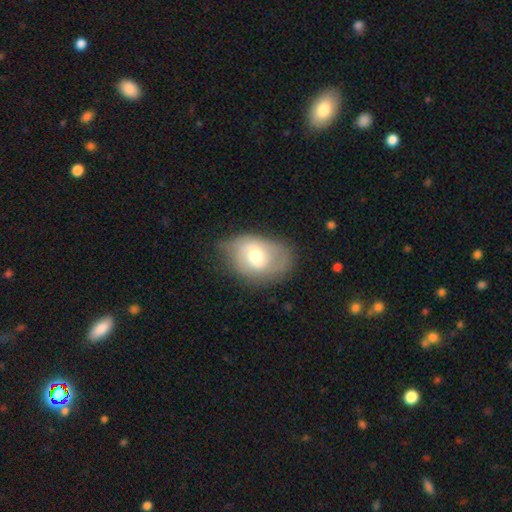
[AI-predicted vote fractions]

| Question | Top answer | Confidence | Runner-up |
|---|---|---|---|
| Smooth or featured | smooth | 49% | featured or disk (43%) |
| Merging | none | 57% | minor disturbance (30%) |